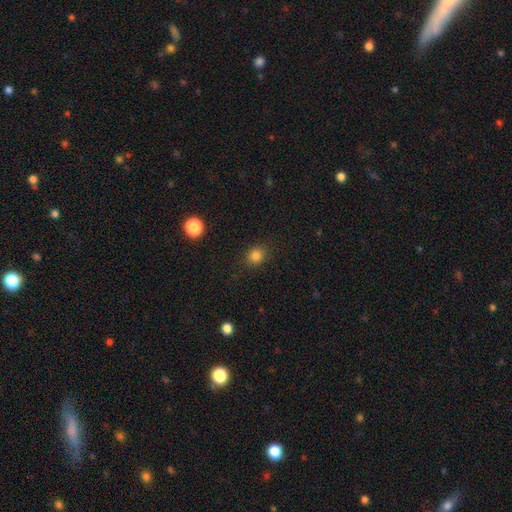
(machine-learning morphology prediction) A smooth galaxy with no disk features (83%) that is round (71%). Merging: none (86%).